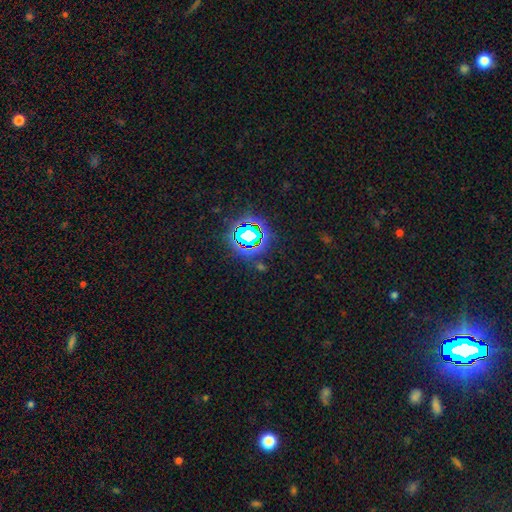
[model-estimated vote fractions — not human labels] This appears to be a star or artifact, not a galaxy (82%).